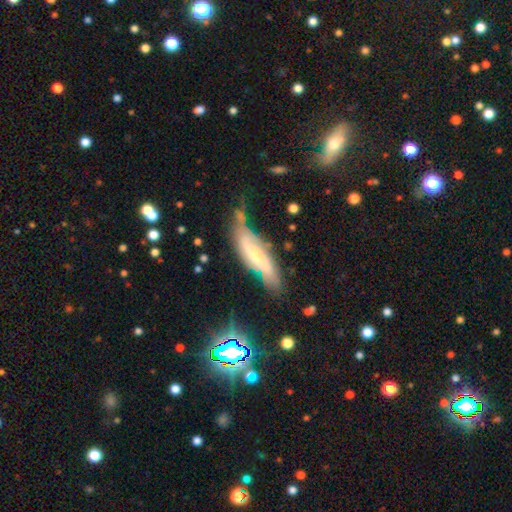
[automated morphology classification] Q: Smooth or featured?
A: featured or disk (58%); runner-up: smooth (34%)
Q: Edge-on disk?
A: no (67%); runner-up: yes (33%)
Q: Merging?
A: none (47%); runner-up: minor disturbance (31%)